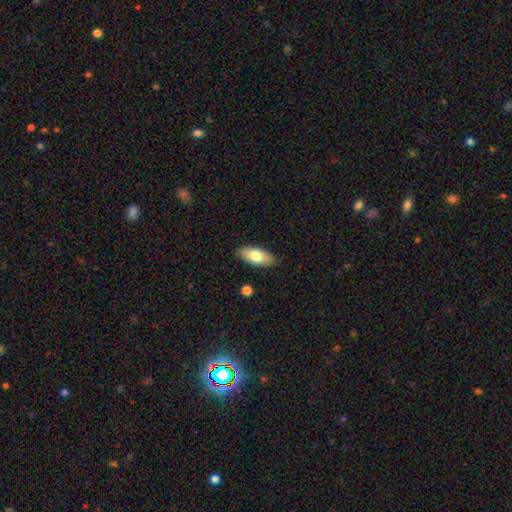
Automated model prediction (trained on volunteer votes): A smooth galaxy with no disk features (73%) that is in between round and cigar-shaped (86%).

Vote fractions:
- Smooth or featured? smooth: 73% / featured or disk: 21% / star or artifact: 6%
- How rounded? in between: 86% / cigar-shaped: 11% / round: 3%
- Merging? none: 87% / minor disturbance: 9% / major disturbance: 2% / merger: 1%